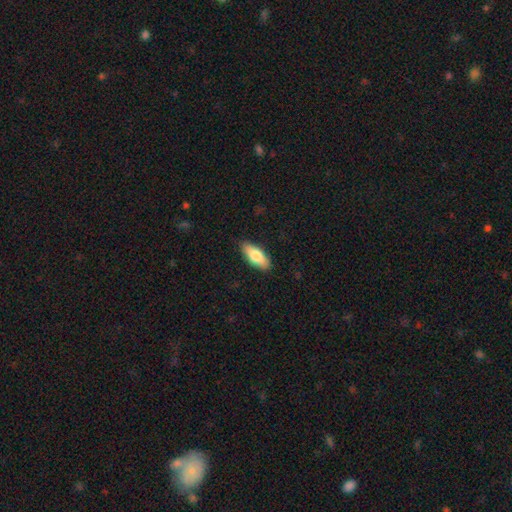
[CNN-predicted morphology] smooth 79%, featured or disk 16%, star or artifact 6%. Down the decision tree: how rounded — in between (80%); merging — none (85%).